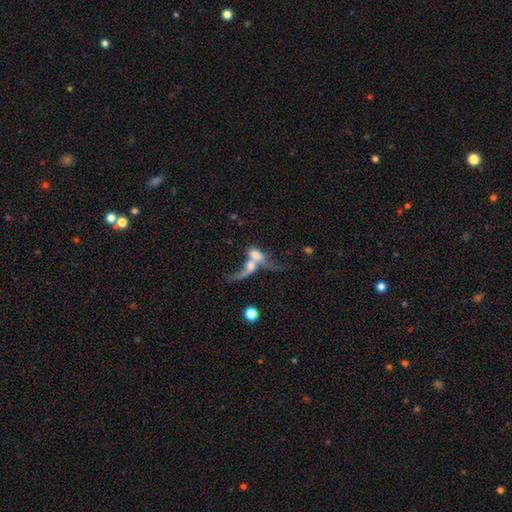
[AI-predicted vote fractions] Smooth or featured: featured or disk — 46% (smooth — 43%)
Merging: merger — 73% (major disturbance — 13%)